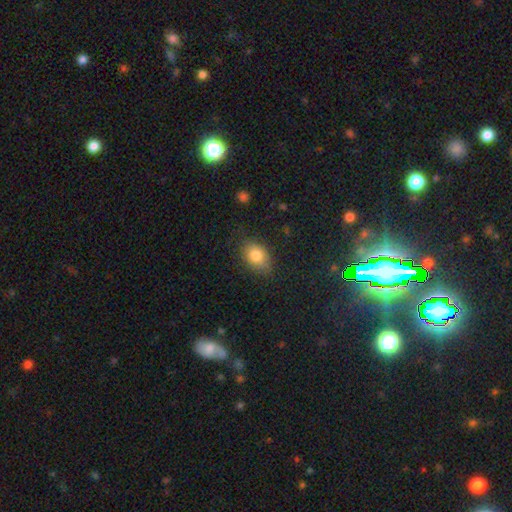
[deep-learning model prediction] Smooth or featured?
  - smooth: 82% *
  - featured or disk: 9%
  - star or artifact: 9%
How rounded?
  - in between: 77% *
  - round: 22%
  - cigar-shaped: 1%
Merging?
  - none: 76% *
  - minor disturbance: 18%
  - major disturbance: 4%
  - merger: 1%